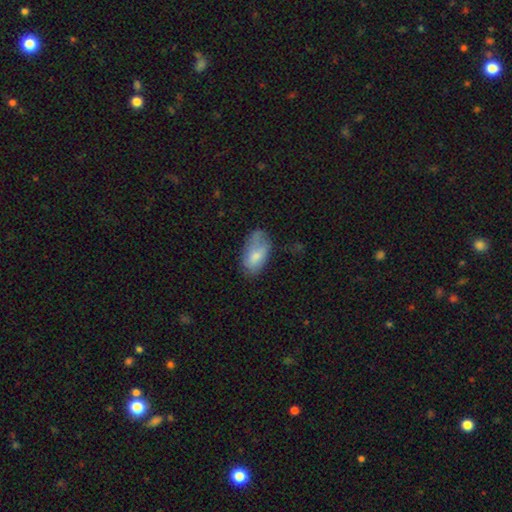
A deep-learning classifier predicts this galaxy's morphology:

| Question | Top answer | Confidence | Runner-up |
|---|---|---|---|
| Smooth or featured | smooth | 73% | featured or disk (20%) |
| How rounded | in between | 93% | round (4%) |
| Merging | none | 50% | minor disturbance (34%) |